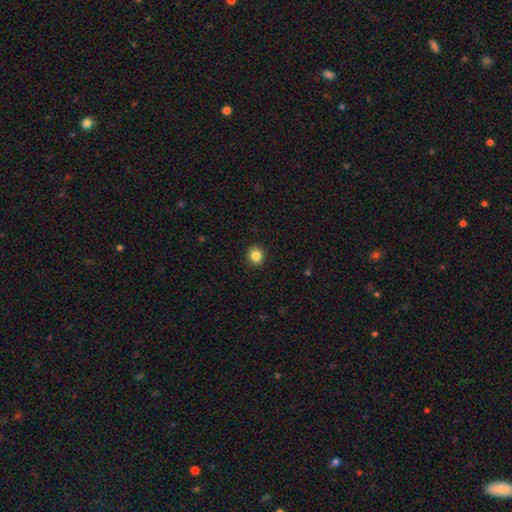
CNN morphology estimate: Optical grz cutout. It shows a smooth galaxy with no disk features (85%) that is round (84%). Merging: none (92%).